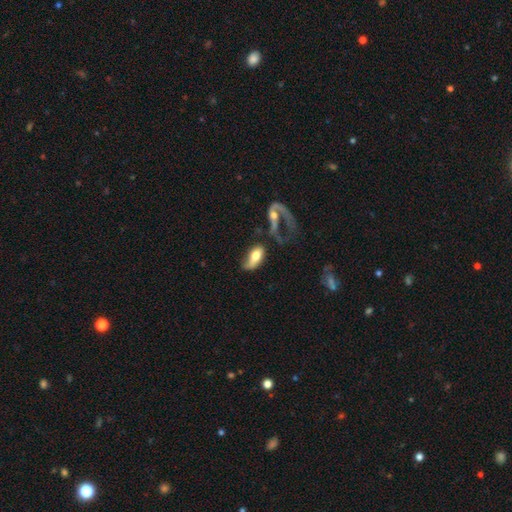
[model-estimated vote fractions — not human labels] Smooth or featured? smooth (61%)
How rounded? in between (88%)
Merging? major disturbance (29%, tied with none)